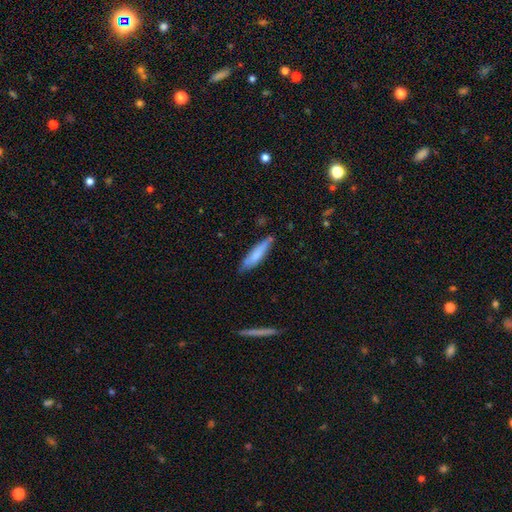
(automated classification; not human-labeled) Smooth or featured: smooth — 73% (featured or disk — 21%)
How rounded: cigar-shaped — 76% (in between — 23%)
Merging: none — 72% (minor disturbance — 21%)